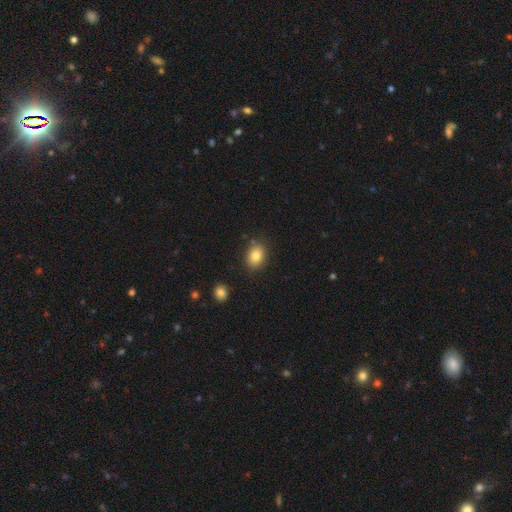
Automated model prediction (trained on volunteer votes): smooth-or-featured: smooth: 84% | star or artifact: 9% | featured or disk: 7%
  how-rounded: in between: 65% | round: 34% | cigar-shaped: 1%
  merging: none: 84% | minor disturbance: 11% | major disturbance: 3% | merger: 3%